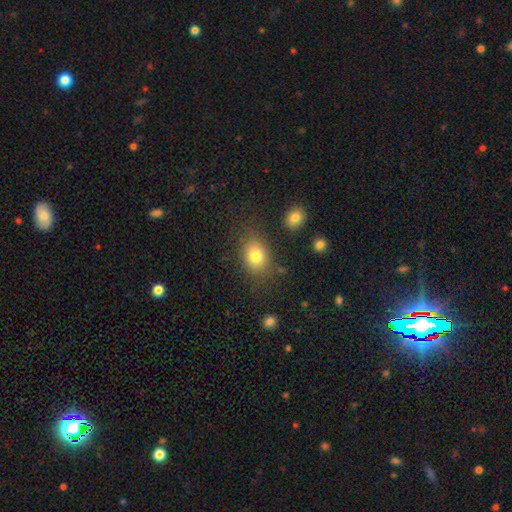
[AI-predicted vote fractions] The model was most divided on "how rounded": in between: 66%, round: 33%, cigar-shaped: 1%. More confident: smooth or featured — smooth (79%); merging — none (76%).